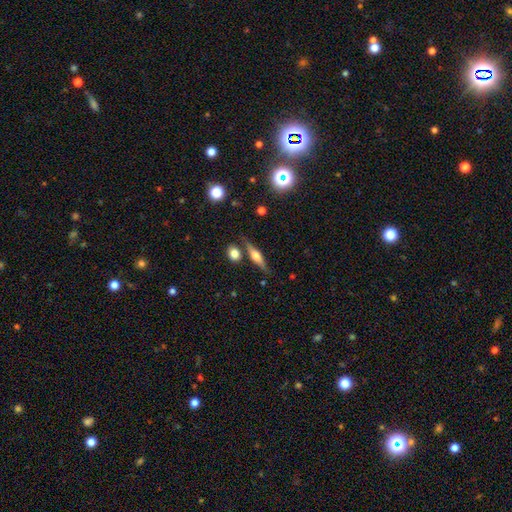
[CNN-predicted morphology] This is possibly a featured or disk galaxy (59%). It is clearly viewed edge-on (95%). Edge-on bulge: clearly rounded (86%). Merging: likely none (78%).